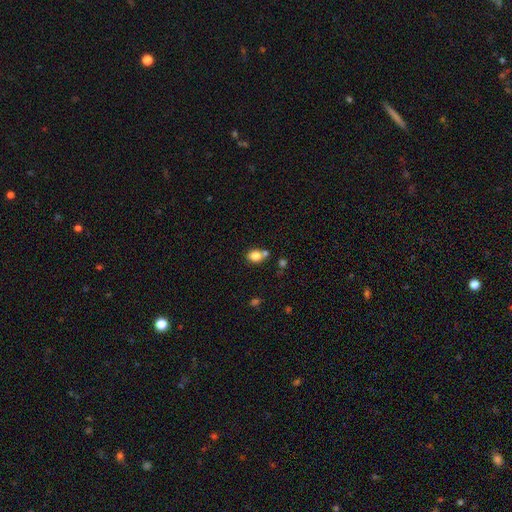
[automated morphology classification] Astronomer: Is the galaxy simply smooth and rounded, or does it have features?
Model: smooth — 82%.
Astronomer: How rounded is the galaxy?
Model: in between — 50% (runner-up: round, 49%).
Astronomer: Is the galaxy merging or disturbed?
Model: none — 56%.